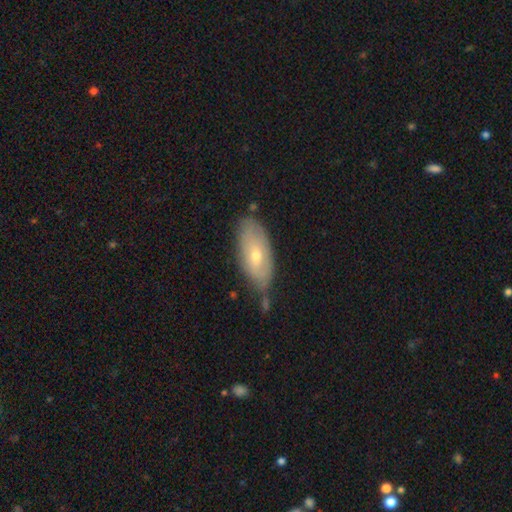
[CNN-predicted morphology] This appears to be a smooth galaxy with no disk features (53%) that is in between round and cigar-shaped (86%). Merging: none (61%).